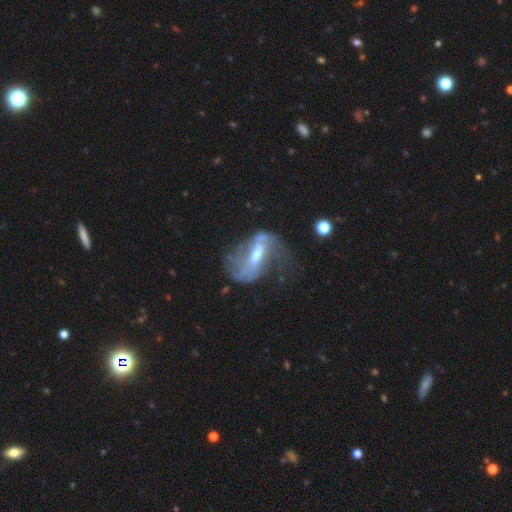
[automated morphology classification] This is clearly a featured or disk galaxy (82%). It is clearly not viewed edge-on (93%). Bar: possibly strong (47%). Spiral arm pattern: clearly yes (85%). Spiral arm count: likely 2 (78%). Spiral winding: likely loose (64%). Central bulge: possibly moderate (53%). Merging: possibly none (48%).